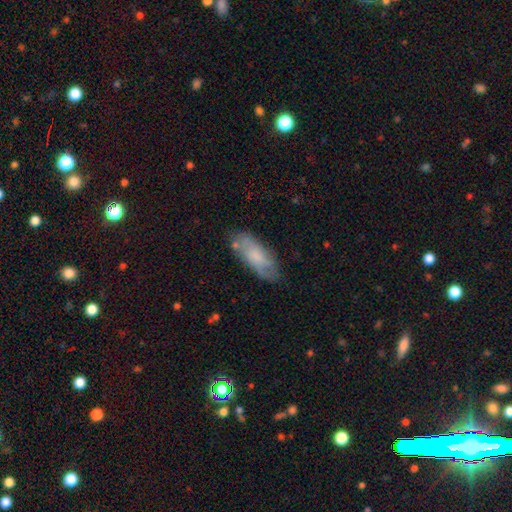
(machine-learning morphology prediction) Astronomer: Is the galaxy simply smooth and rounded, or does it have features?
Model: smooth — 51% (runner-up: featured or disk, 43%).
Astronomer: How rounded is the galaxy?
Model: in between — 74%.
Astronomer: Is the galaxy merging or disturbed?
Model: none — 70%.